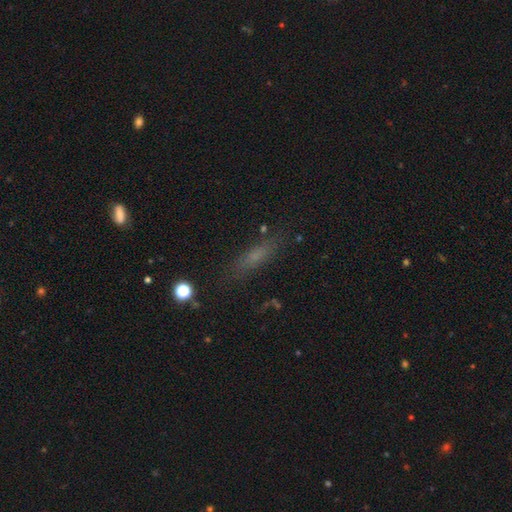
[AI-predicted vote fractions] smooth 56%, featured or disk 25%, star or artifact 19%. Down the decision tree: how rounded — cigar-shaped (68%); merging — none (80%).